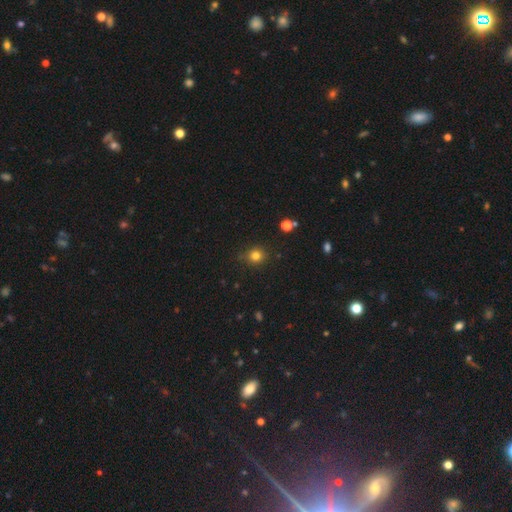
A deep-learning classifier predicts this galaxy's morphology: The model was most divided on "smooth or featured": smooth: 80%, star or artifact: 15%, featured or disk: 6%. More confident: how rounded — round (83%); merging — none (81%).